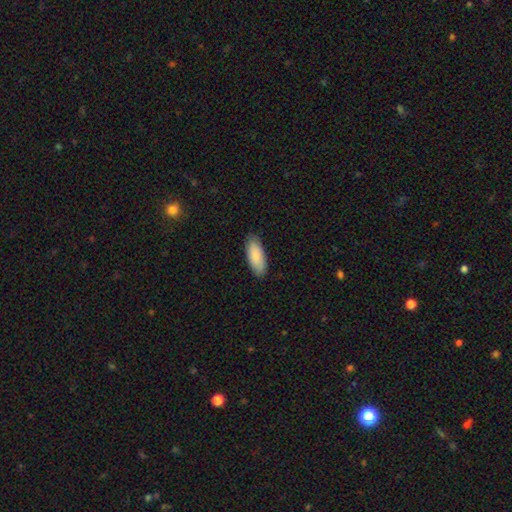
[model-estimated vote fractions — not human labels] Q: Smooth or featured?
A: smooth (88%); runner-up: featured or disk (7%)
Q: How rounded?
A: in between (84%); runner-up: cigar-shaped (15%)
Q: Merging?
A: none (86%); runner-up: minor disturbance (11%)